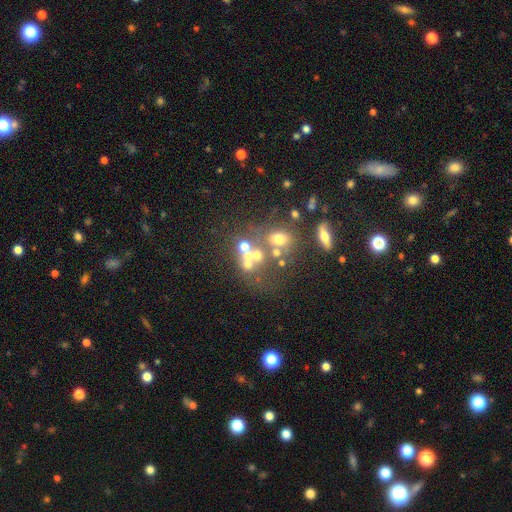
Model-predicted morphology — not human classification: smooth_or_featured: smooth (p=0.37) [alt: featured or disk p=0.32]
merging: none (p=0.40) [alt: merger p=0.39]